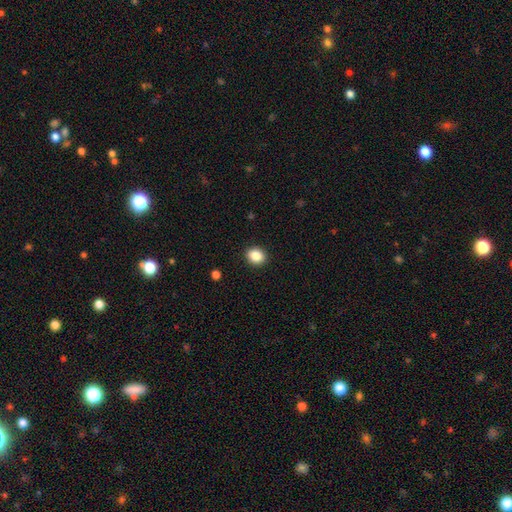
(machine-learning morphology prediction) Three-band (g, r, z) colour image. It shows a smooth galaxy with no disk features (86%) that is round (64%). Merging: none (91%).